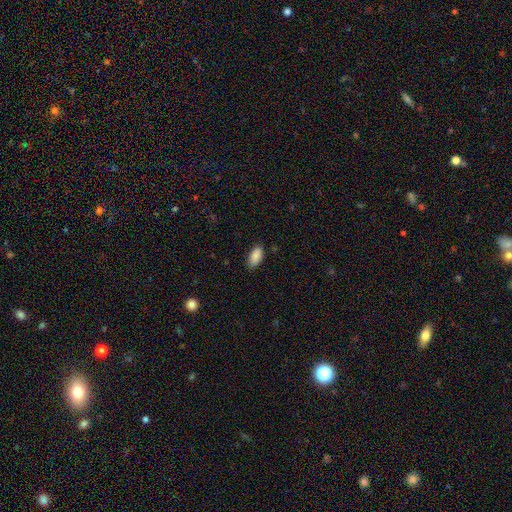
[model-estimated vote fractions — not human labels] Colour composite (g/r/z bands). It shows a smooth galaxy with no disk features (90%) that is in between round and cigar-shaped (92%). Merging: none (83%).